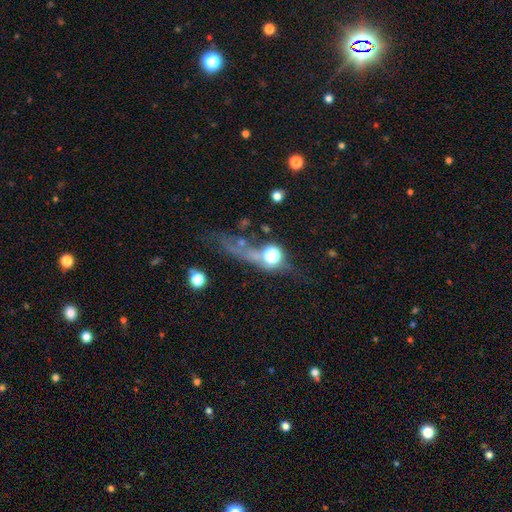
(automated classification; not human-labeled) Morphology: type=star or artifact (36%).